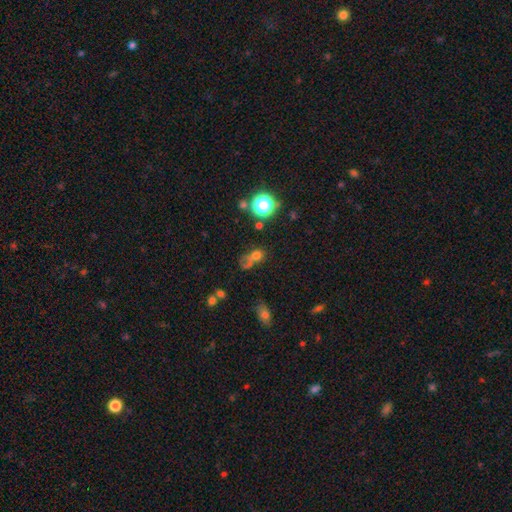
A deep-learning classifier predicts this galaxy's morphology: This appears to be a smooth galaxy with no disk features (58%) that is round (57%). Merging: none (33%).